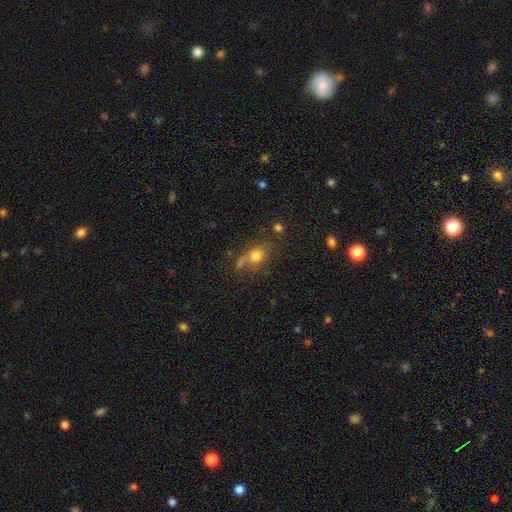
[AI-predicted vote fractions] Overall: smooth (72%). How rounded: round (56%; in between 41%). Merging: none (57%; minor disturbance 19%).